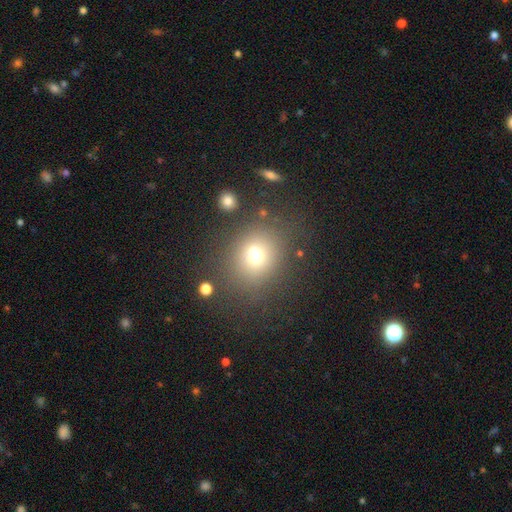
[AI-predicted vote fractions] A smooth galaxy with no disk features (68%) that is round (68%). Merging: none (68%).